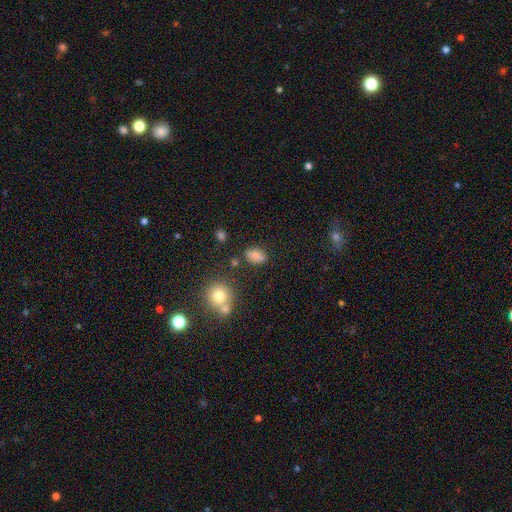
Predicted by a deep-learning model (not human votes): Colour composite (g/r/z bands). It shows a smooth galaxy with no disk features (79%) that is in between round and cigar-shaped (85%). Merging: none (74%).